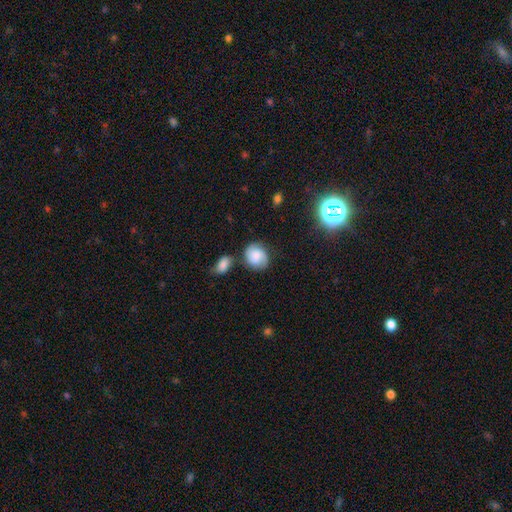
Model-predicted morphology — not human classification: smooth 56%, featured or disk 35%, star or artifact 9%. Down the decision tree: how rounded — round (67%); merging — none (65%).